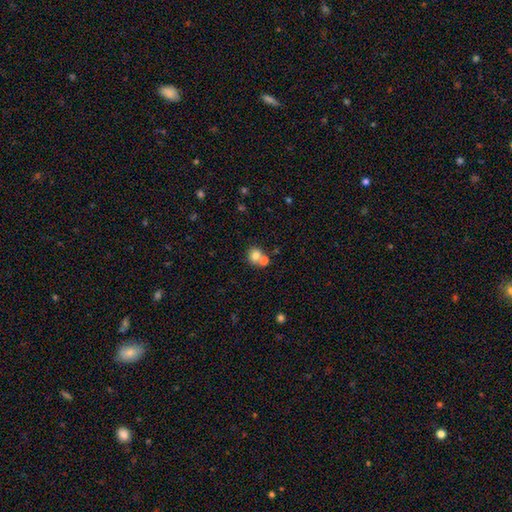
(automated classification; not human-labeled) Smooth or featured? smooth (75%)
How rounded? round (73%)
Merging? none (45%)